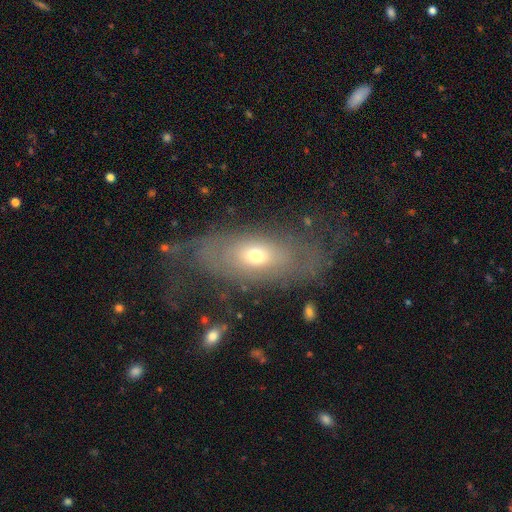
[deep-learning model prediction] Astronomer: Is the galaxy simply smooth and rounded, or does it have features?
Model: featured or disk — 52% (runner-up: smooth, 39%).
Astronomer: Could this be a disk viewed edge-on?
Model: no — 82%.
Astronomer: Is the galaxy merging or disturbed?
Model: none — 53%.